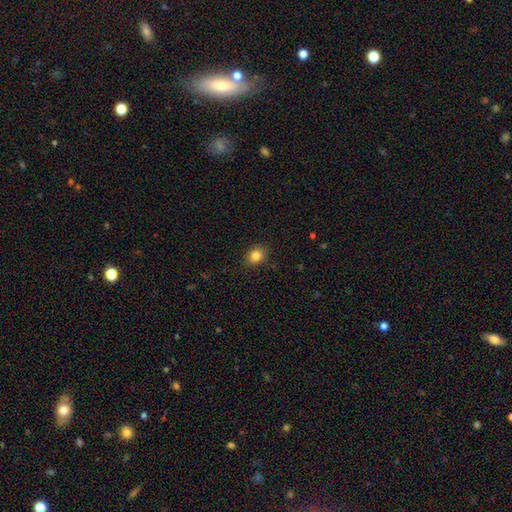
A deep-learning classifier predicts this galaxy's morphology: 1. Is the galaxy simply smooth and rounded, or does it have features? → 84% smooth, 10% star or artifact, 5% featured or disk.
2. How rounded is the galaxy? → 56% round, 43% in between, 1% cigar-shaped.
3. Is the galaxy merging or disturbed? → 88% none, 9% minor disturbance, 2% major disturbance, 1% merger.